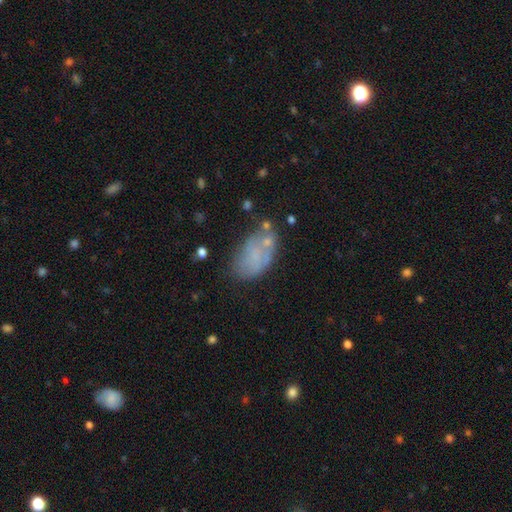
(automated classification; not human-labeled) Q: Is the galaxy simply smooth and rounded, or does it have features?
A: smooth — 56%.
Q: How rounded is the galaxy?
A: in between — 91%.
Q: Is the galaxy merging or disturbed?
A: none — 47%.